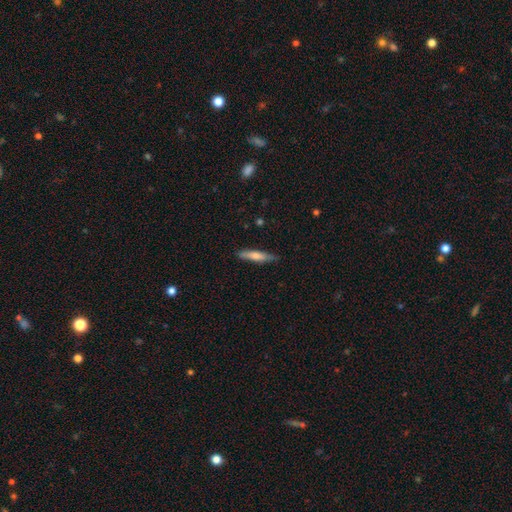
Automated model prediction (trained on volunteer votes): smooth_or_featured: smooth (p=0.65) [alt: featured or disk p=0.29]
how_rounded: cigar-shaped (p=0.86) [alt: in between p=0.13]
merging: none (p=0.83) [alt: minor disturbance p=0.13]